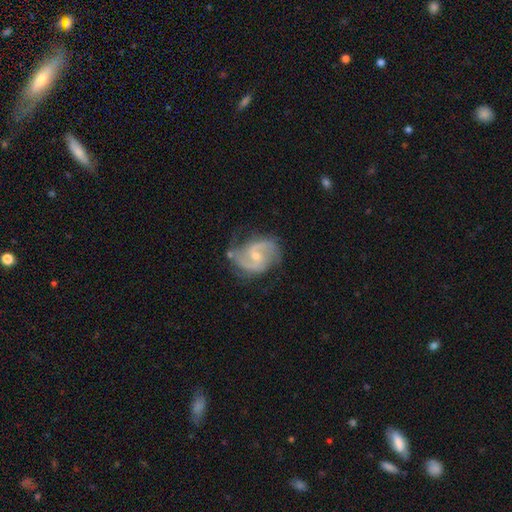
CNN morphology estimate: This appears to be a featured or disk galaxy (86%) with a weak bar (47%), 2 (87%) medium (52%) spiral arms (96%) and a small central bulge (55%). Merging: none (63%).